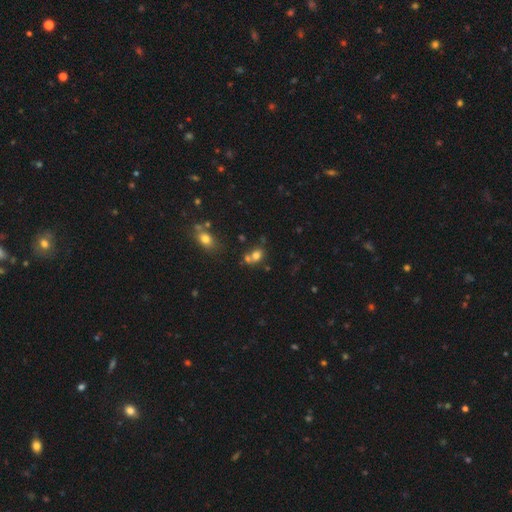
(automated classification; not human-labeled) Morphology: type=smooth (73%); roundness=round (51%); merging=none (45%).